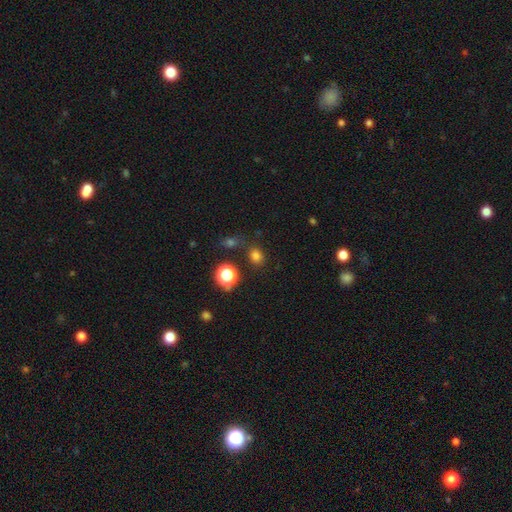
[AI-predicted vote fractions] smooth_or_featured: smooth (p=0.74) [alt: star or artifact p=0.20]
how_rounded: round (p=0.59) [alt: in between p=0.40]
merging: none (p=0.78) [alt: minor disturbance p=0.11]